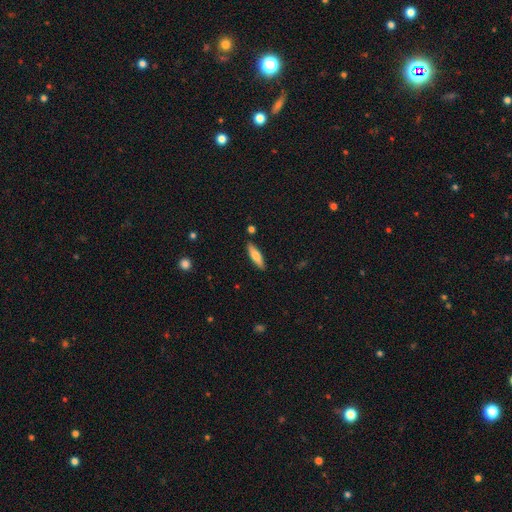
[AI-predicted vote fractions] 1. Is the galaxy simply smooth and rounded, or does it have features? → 69% smooth, 25% featured or disk, 6% star or artifact.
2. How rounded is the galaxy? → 65% cigar-shaped, 33% in between, 2% round.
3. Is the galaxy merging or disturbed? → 87% none, 9% minor disturbance, 2% merger, 2% major disturbance.